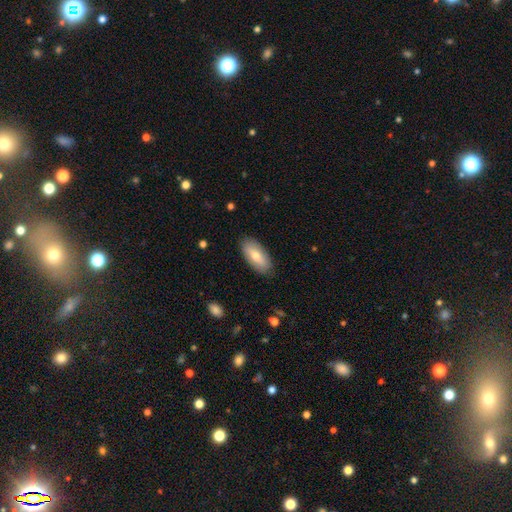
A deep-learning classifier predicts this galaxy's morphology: Overall: smooth (66%; featured or disk 28%). How rounded: in between (88%). Merging: none (86%).